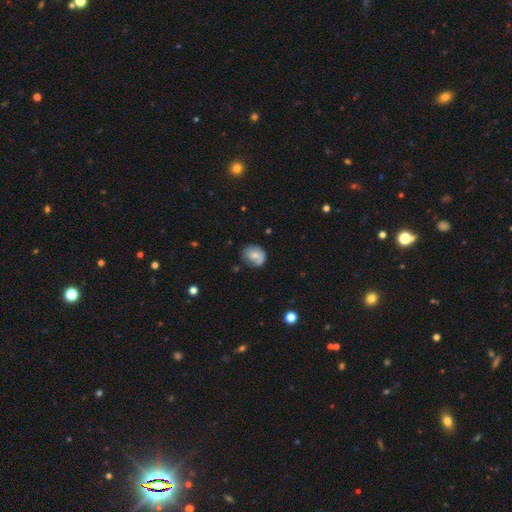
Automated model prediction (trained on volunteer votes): Overall: smooth (62%; featured or disk 29%). How rounded: round (64%; in between 35%). Merging: none (57%; minor disturbance 28%).